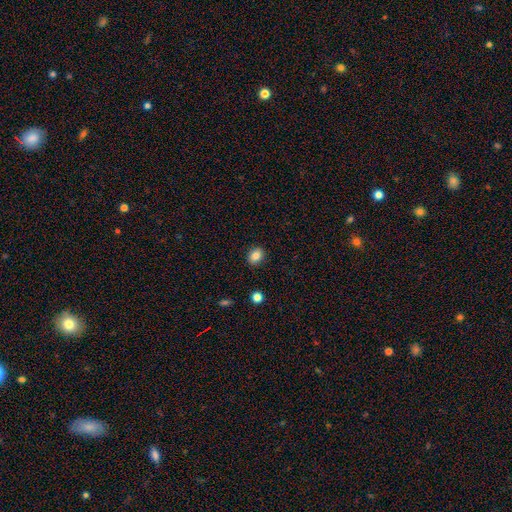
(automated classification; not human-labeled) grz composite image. It shows a smooth galaxy with no disk features (83%) that is round (55%). Merging: none (89%).